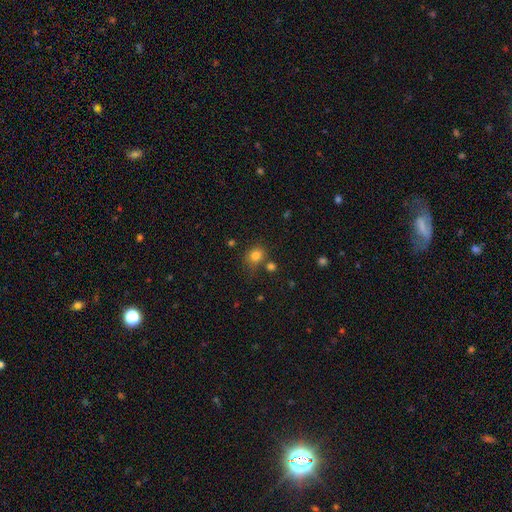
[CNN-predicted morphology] Overall: smooth (80%). How rounded: round (66%; in between 33%). Merging: none (65%).